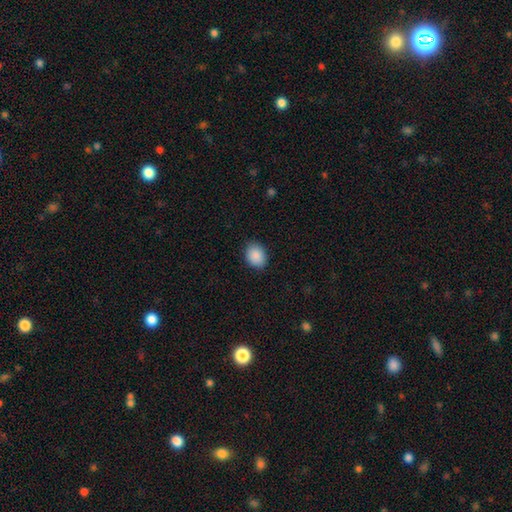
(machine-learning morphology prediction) A smooth galaxy with no disk features (90%) that is in between round and cigar-shaped (63%).

Vote fractions:
- Smooth or featured? smooth: 90% / star or artifact: 8% / featured or disk: 3%
- How rounded? in between: 63% / round: 36% / cigar-shaped: 1%
- Merging? none: 87% / minor disturbance: 10% / major disturbance: 2% / merger: 1%